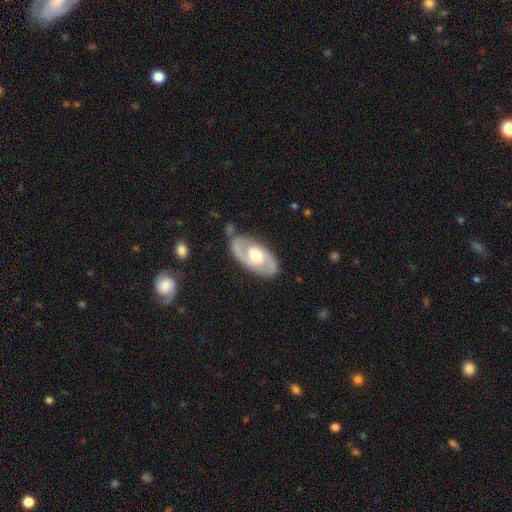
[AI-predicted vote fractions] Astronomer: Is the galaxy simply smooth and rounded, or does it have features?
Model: featured or disk — 77%.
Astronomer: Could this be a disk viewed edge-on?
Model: no — 94%.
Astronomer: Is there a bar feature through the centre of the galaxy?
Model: no — 58% (runner-up: weak, 34%).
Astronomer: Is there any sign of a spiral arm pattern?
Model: yes — 85%.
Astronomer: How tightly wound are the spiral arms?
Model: medium — 47% (runner-up: tight, 34%).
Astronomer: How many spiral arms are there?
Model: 2 — 82%.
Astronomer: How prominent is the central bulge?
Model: moderate — 71%.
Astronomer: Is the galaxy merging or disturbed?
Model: none — 73%.